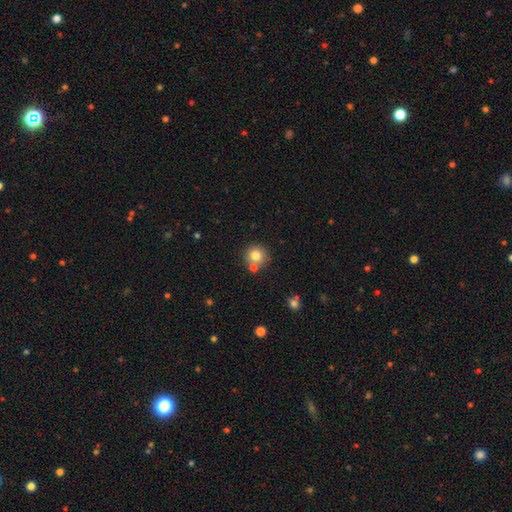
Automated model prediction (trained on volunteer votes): Smooth or featured? smooth (79%)
How rounded? round (92%)
Merging? none (70%)